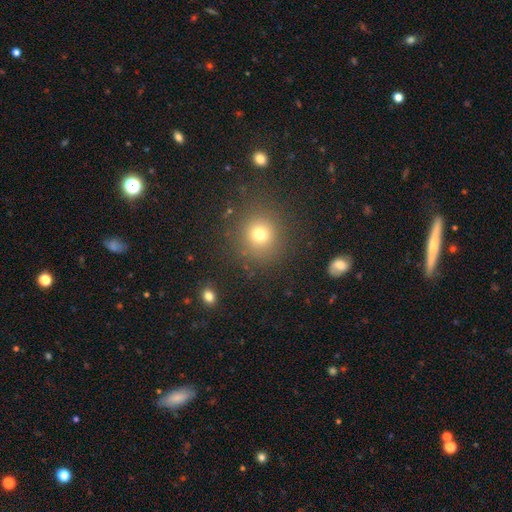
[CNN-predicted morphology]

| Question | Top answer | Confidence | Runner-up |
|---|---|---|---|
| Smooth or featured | smooth | 57% | star or artifact (33%) |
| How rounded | round | 91% | in between (8%) |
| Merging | none | 89% | minor disturbance (6%) |